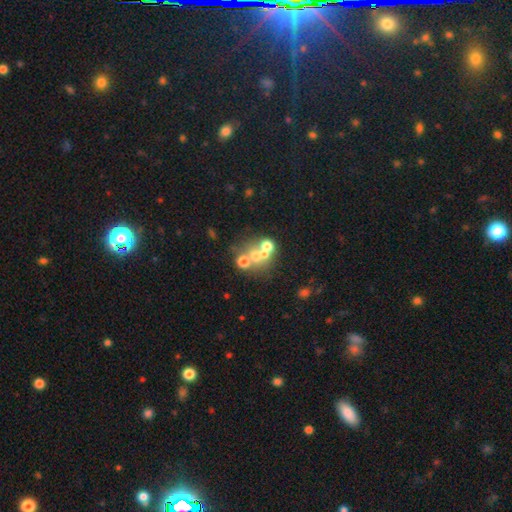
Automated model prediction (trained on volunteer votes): This appears to be a smooth galaxy with no disk features (46%). Merging: merger (48%).